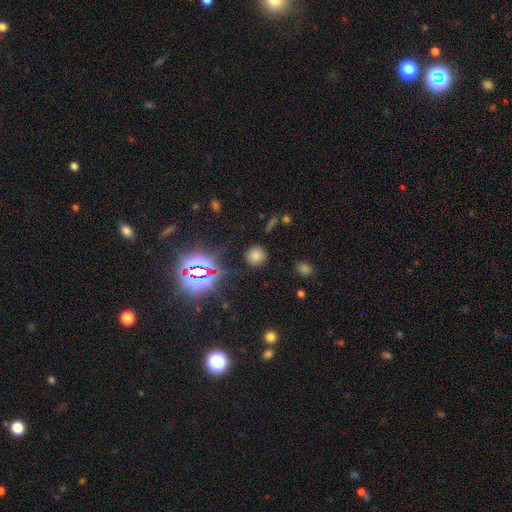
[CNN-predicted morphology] smooth-or-featured: smooth: 71% | star or artifact: 22% | featured or disk: 7%
  how-rounded: round: 90% | in between: 9% | cigar-shaped: 1%
  merging: none: 87% | minor disturbance: 8% | major disturbance: 3% | merger: 2%